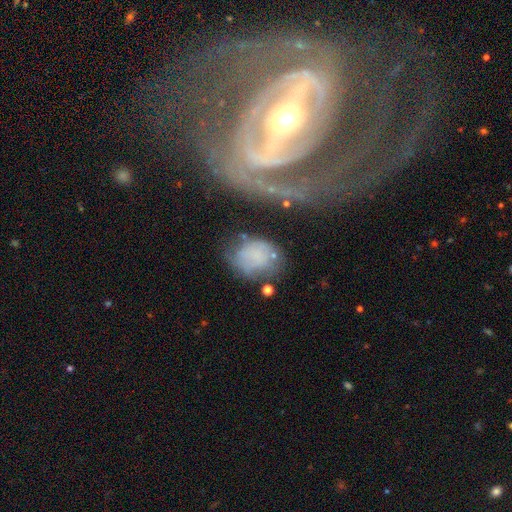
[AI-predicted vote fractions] Smooth or featured? Predicted: smooth (p=0.54). How rounded? Predicted: in between (p=0.58). Merging? Predicted: none (p=0.48).